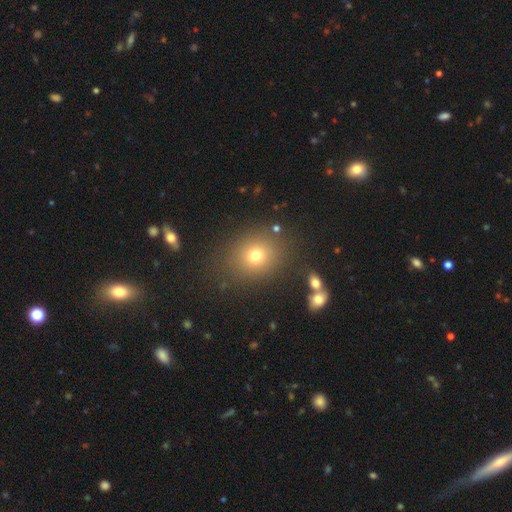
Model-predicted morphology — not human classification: Smooth or featured?
  - smooth: 73% *
  - star or artifact: 17%
  - featured or disk: 11%
How rounded?
  - round: 71% *
  - in between: 28%
  - cigar-shaped: 1%
Merging?
  - none: 81% *
  - minor disturbance: 10%
  - major disturbance: 5%
  - merger: 4%